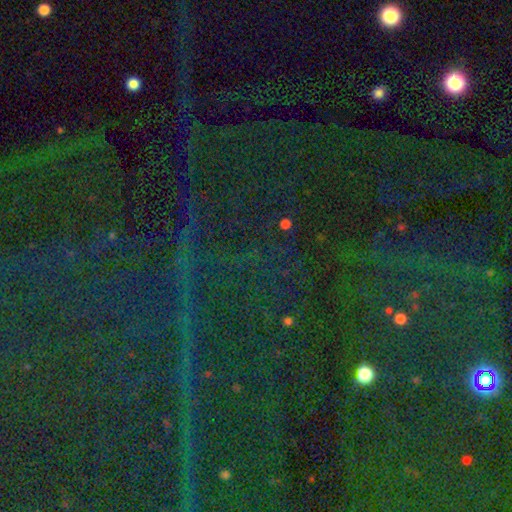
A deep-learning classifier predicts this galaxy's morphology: smooth_or_featured: star or artifact (p=0.85) [alt: smooth p=0.08]